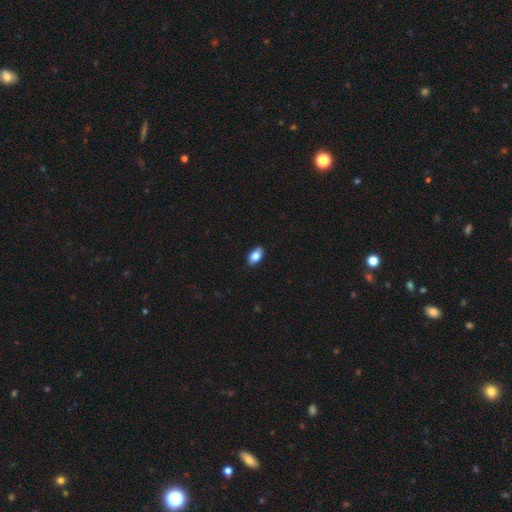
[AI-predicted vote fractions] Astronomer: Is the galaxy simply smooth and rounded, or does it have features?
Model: smooth — 82%.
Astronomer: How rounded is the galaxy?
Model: in between — 91%.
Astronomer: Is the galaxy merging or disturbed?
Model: none — 88%.